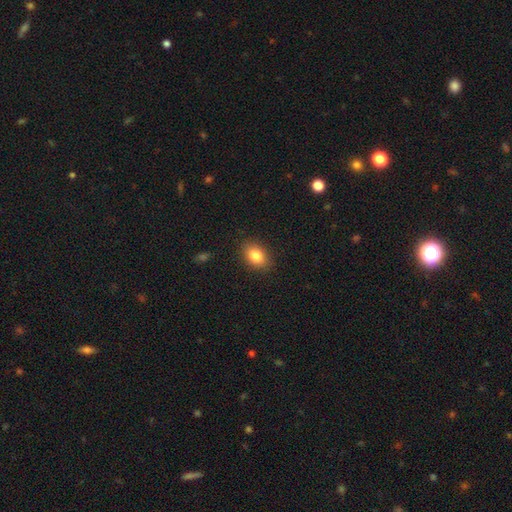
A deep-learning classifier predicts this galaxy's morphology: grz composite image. It shows a smooth galaxy with no disk features (84%) that is in between round and cigar-shaped (78%). Merging: none (88%).